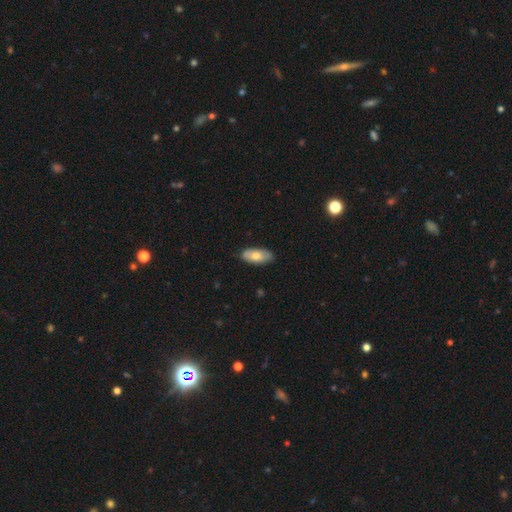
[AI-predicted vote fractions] This is likely a smooth galaxy (69%). How rounded: clearly in between (89%). Merging: clearly none (84%).